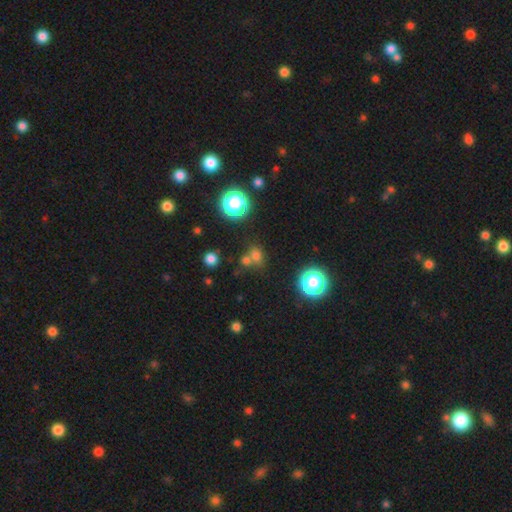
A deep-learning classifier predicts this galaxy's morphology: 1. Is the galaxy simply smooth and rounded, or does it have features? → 62% smooth, 29% star or artifact, 10% featured or disk.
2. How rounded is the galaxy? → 67% round, 31% in between, 2% cigar-shaped.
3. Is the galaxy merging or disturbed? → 50% none, 36% merger, 9% minor disturbance, 5% major disturbance.